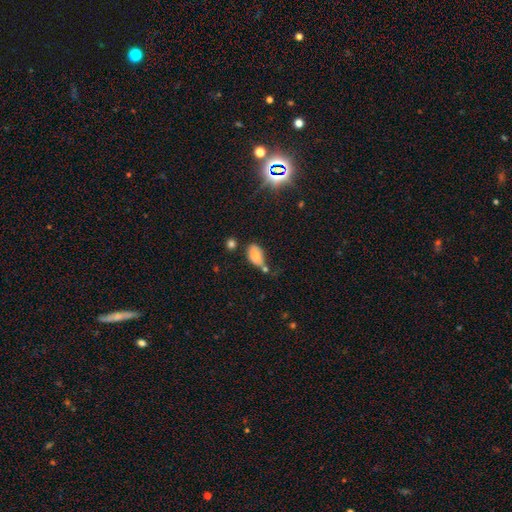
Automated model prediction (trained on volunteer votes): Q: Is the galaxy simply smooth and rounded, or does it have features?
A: smooth — 75%.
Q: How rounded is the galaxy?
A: in between — 89%.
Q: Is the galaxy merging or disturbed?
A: none — 37%.